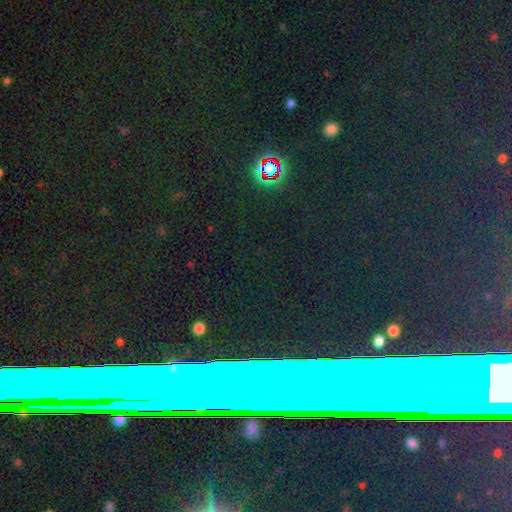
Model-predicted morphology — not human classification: Smooth or featured? star or artifact (77%)